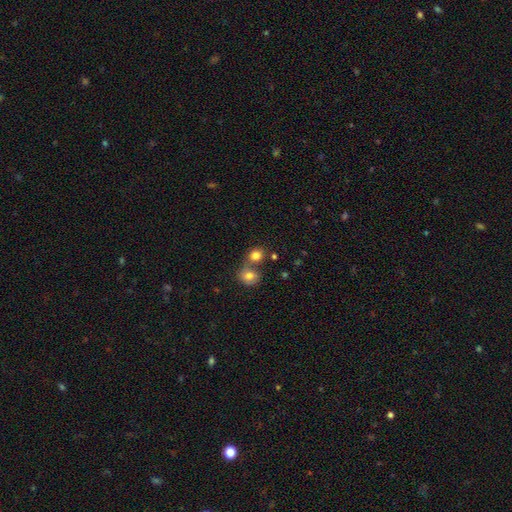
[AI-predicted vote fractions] smooth_or_featured: smooth (p=0.81) [alt: star or artifact p=0.11]
how_rounded: round (p=0.76) [alt: in between p=0.23]
merging: none (p=0.46) [alt: merger p=0.43]